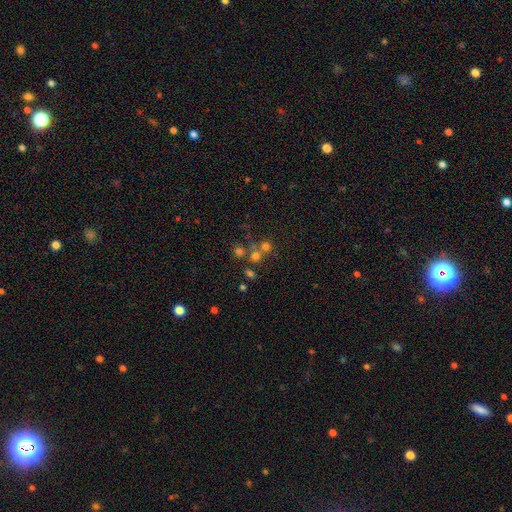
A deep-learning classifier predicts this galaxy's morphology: A smooth galaxy with no disk features (61%) that is round (87%). Merging: none (56%).